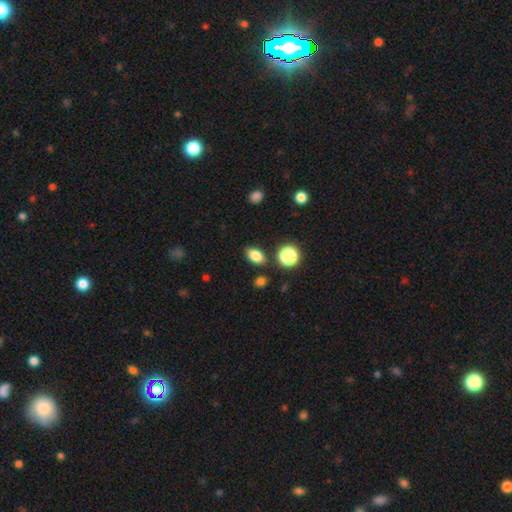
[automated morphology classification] A smooth galaxy with no disk features (82%) that is in between round and cigar-shaped (83%).

Vote fractions:
- Smooth or featured? smooth: 82% / star or artifact: 12% / featured or disk: 6%
- How rounded? in between: 83% / round: 15% / cigar-shaped: 2%
- Merging? none: 83% / minor disturbance: 10% / merger: 4% / major disturbance: 3%